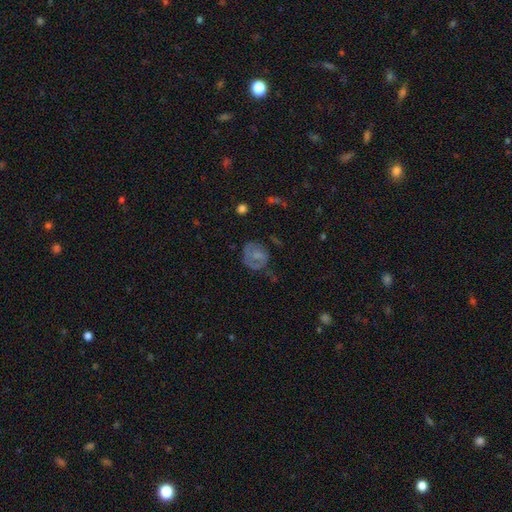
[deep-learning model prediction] This is possibly a smooth galaxy (53%). How rounded: likely round (66%). Merging: possibly none (52%).